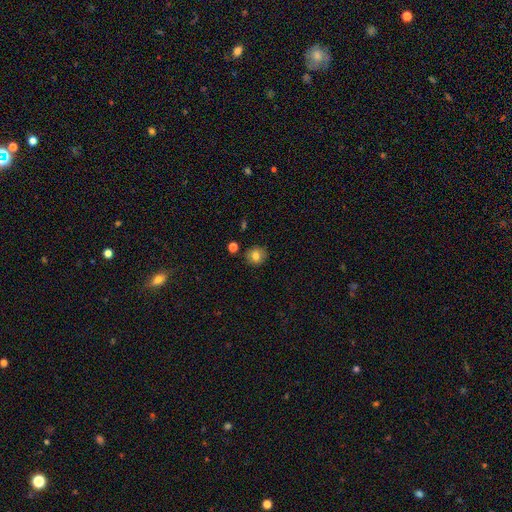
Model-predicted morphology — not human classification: Smooth or featured: smooth — 79% (star or artifact — 11%)
How rounded: round — 87% (in between — 12%)
Merging: none — 85% (minor disturbance — 10%)